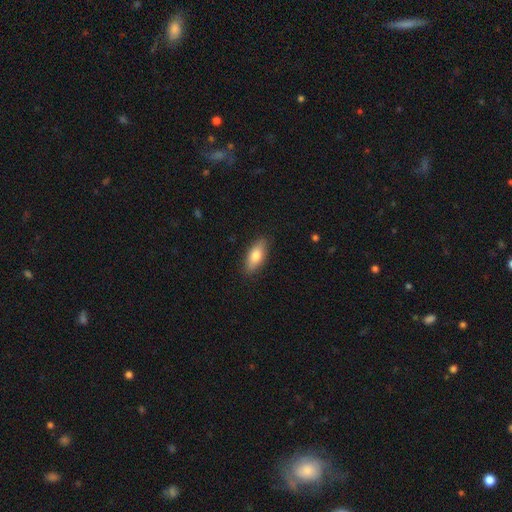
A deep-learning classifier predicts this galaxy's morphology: Overall: smooth (78%). How rounded: in between (81%). Merging: none (86%).